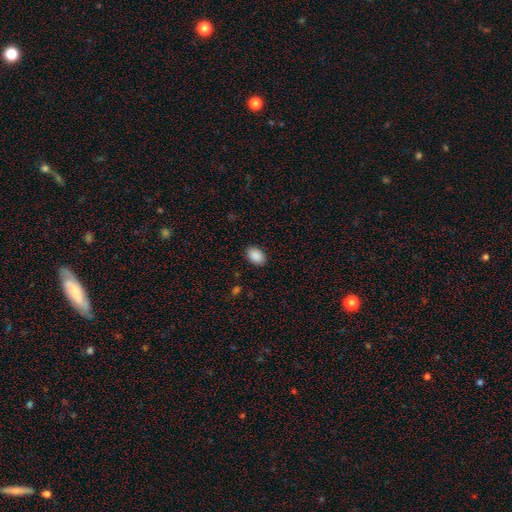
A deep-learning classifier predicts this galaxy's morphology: Smooth or featured? smooth (90%)
How rounded? in between (81%)
Merging? none (88%)